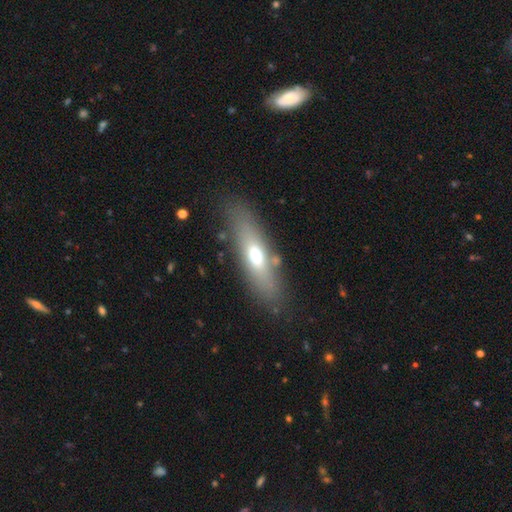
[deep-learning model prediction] Smooth or featured?
  - smooth: 54% *
  - featured or disk: 38%
  - star or artifact: 8%
How rounded?
  - cigar-shaped: 55% *
  - in between: 42%
  - round: 3%
Merging?
  - none: 80% *
  - minor disturbance: 11%
  - major disturbance: 4%
  - merger: 4%